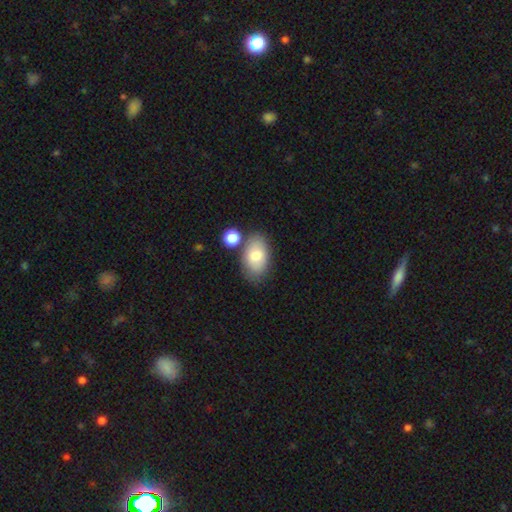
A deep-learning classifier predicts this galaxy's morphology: This appears to be a smooth galaxy with no disk features (78%) that is in between round and cigar-shaped (91%). Merging: none (69%).